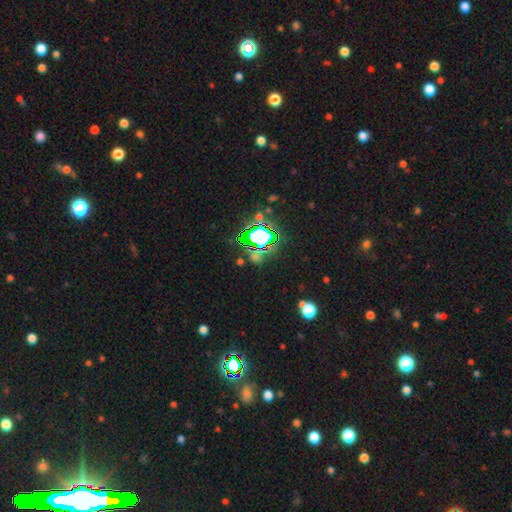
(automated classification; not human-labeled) Smooth or featured: star or artifact — 63% (smooth — 27%)